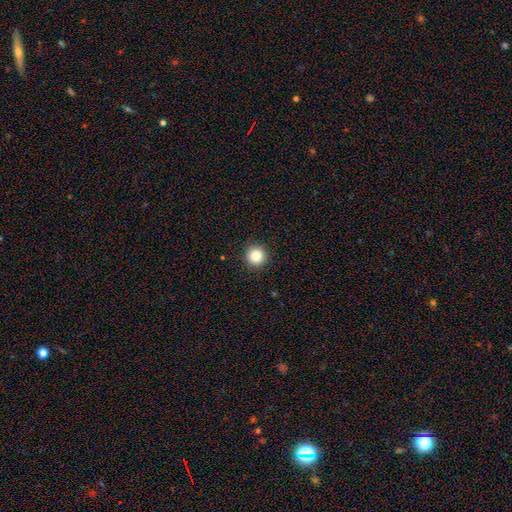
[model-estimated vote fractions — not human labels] A smooth galaxy with no disk features (85%) that is round (95%). Merging: none (92%).